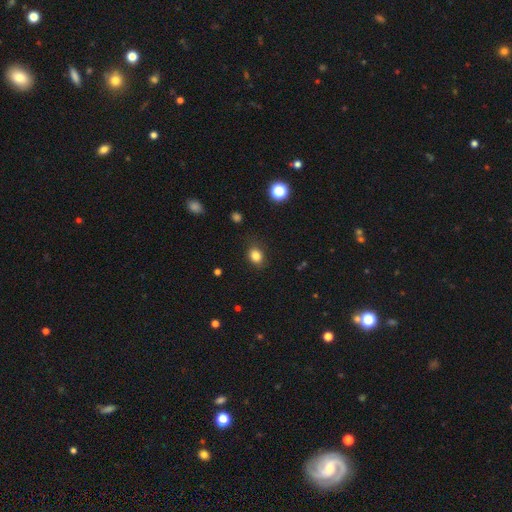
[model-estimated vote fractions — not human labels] This is clearly a smooth galaxy (83%). How rounded: possibly in between (54%). Merging: clearly none (82%).